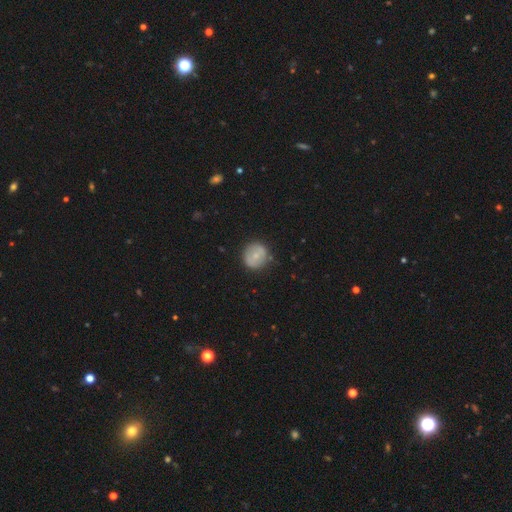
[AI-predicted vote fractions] This appears to be a smooth galaxy with no disk features (65%) that is round (89%). Merging: none (84%).